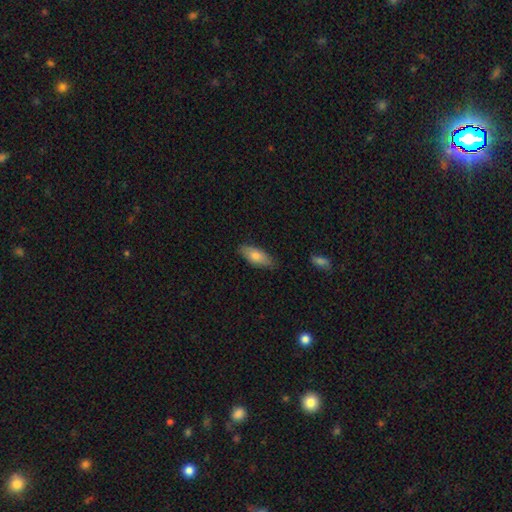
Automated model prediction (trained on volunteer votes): The model was most divided on "smooth or featured": smooth: 77%, featured or disk: 17%, star or artifact: 6%. More confident: merging — none (82%); how rounded — in between (81%).